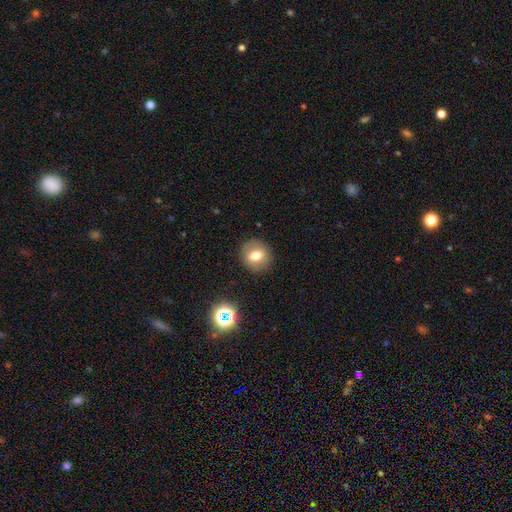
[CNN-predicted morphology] Overall: smooth (65%). How rounded: round (74%). Merging: none (87%).